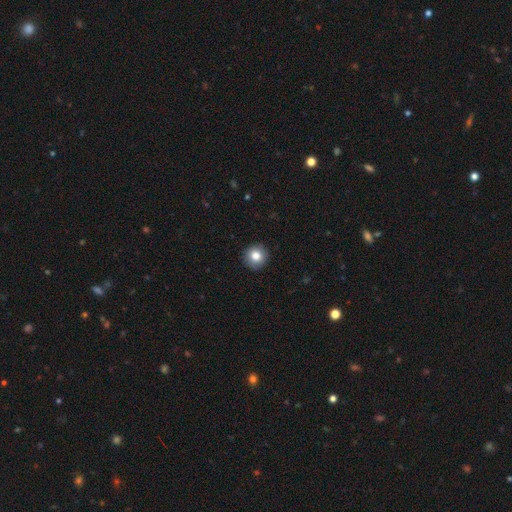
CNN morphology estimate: The model was most divided on "smooth or featured": smooth: 84%, star or artifact: 9%, featured or disk: 7%. More confident: how rounded — round (94%); merging — none (92%).